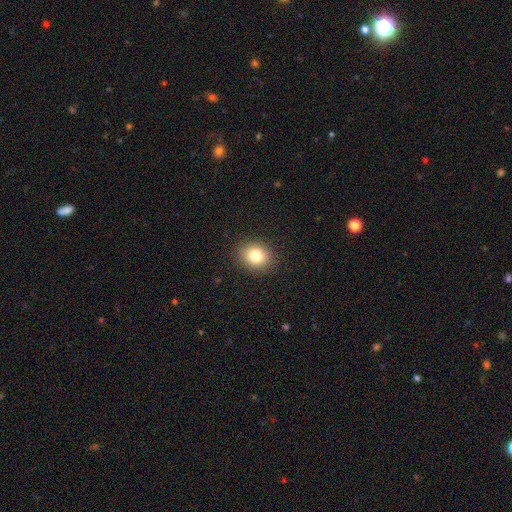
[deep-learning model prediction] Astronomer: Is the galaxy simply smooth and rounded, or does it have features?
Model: smooth — 81%.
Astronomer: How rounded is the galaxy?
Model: round — 59% (runner-up: in between, 40%).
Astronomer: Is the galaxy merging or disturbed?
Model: none — 89%.